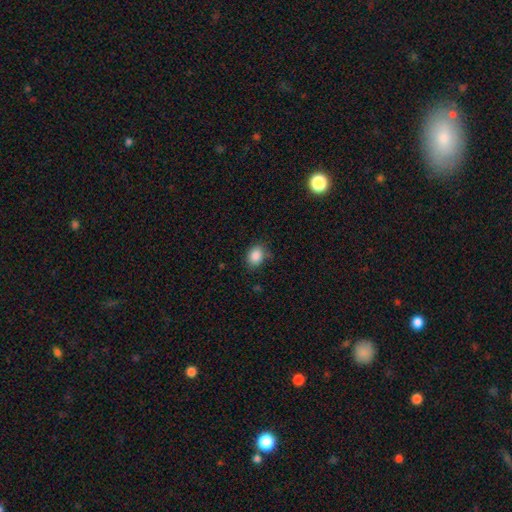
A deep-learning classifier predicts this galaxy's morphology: Q: Smooth or featured?
A: smooth (87%); runner-up: star or artifact (9%)
Q: How rounded?
A: in between (56%); runner-up: round (43%)
Q: Merging?
A: none (77%); runner-up: minor disturbance (17%)